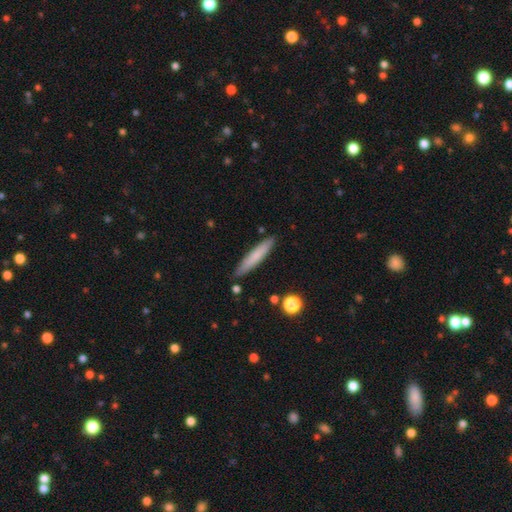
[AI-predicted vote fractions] Smooth or featured?
  - smooth: 74% *
  - featured or disk: 20%
  - star or artifact: 6%
How rounded?
  - cigar-shaped: 92% *
  - in between: 7%
  - round: 1%
Merging?
  - none: 87% *
  - minor disturbance: 9%
  - merger: 2%
  - major disturbance: 2%